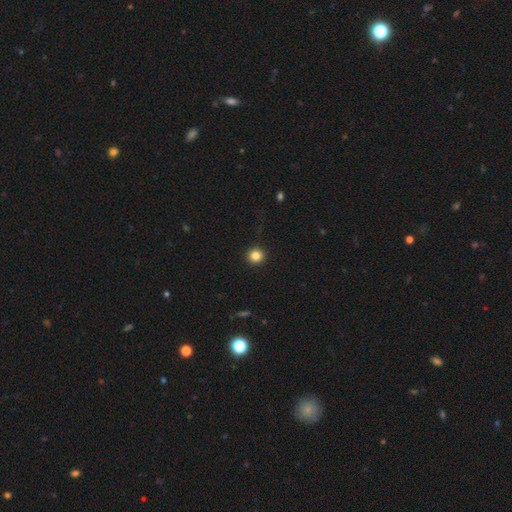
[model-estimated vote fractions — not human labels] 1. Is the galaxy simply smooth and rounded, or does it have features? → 84% smooth, 11% star or artifact, 5% featured or disk.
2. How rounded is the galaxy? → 94% round, 5% in between, 1% cigar-shaped.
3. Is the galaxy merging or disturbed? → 93% none, 4% minor disturbance, 2% major disturbance, 1% merger.